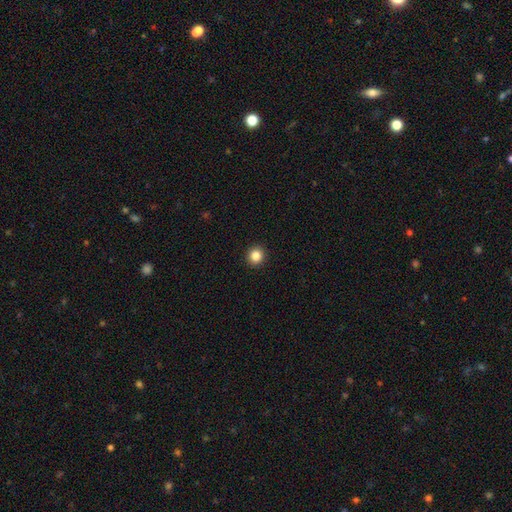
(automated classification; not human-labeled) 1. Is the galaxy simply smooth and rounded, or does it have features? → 85% smooth, 11% star or artifact, 4% featured or disk.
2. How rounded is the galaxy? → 92% round, 7% in between, 1% cigar-shaped.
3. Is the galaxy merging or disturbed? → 93% none, 4% minor disturbance, 1% major disturbance, 1% merger.